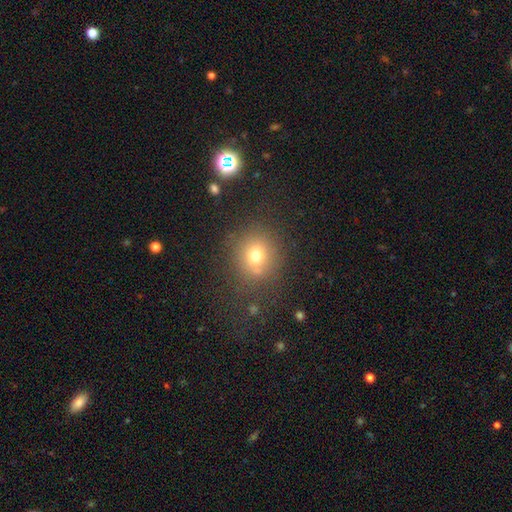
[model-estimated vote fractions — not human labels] Overall: smooth (72%). How rounded: round (80%). Merging: none (77%).